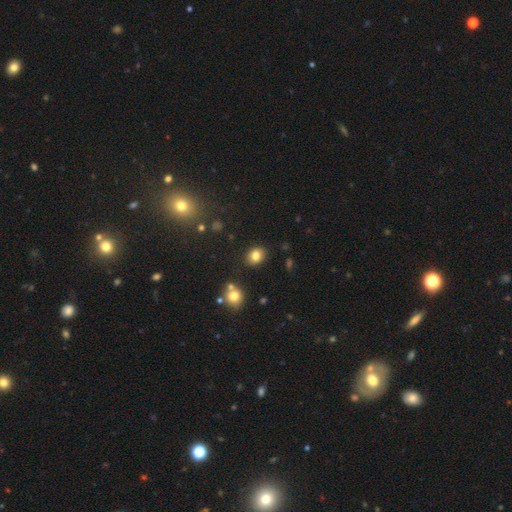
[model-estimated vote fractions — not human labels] smooth_or_featured: smooth (p=0.81) [alt: star or artifact p=0.11]
how_rounded: in between (p=0.51) [alt: round p=0.48]
merging: none (p=0.86) [alt: minor disturbance p=0.09]